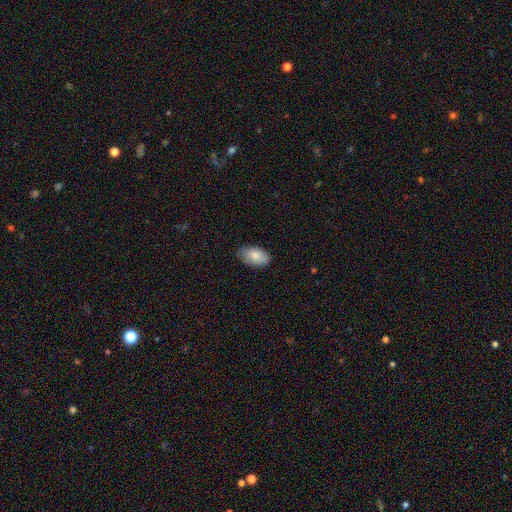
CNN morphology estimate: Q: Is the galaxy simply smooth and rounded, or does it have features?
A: smooth — 84%.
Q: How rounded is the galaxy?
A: in between — 94%.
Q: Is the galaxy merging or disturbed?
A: none — 77%.